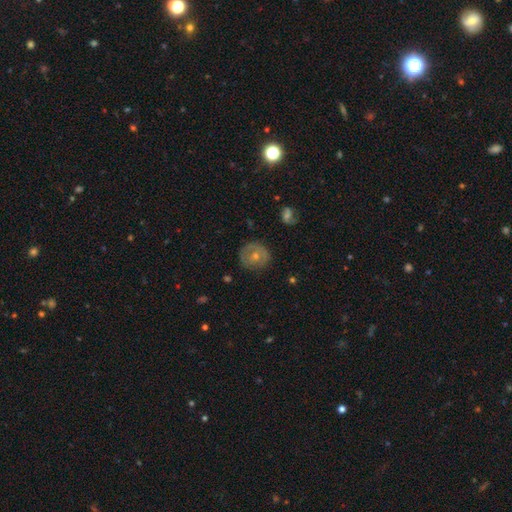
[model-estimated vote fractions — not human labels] The model was most divided on "smooth or featured": smooth: 48%, featured or disk: 44%, star or artifact: 8%. More confident: merging — none (74%).